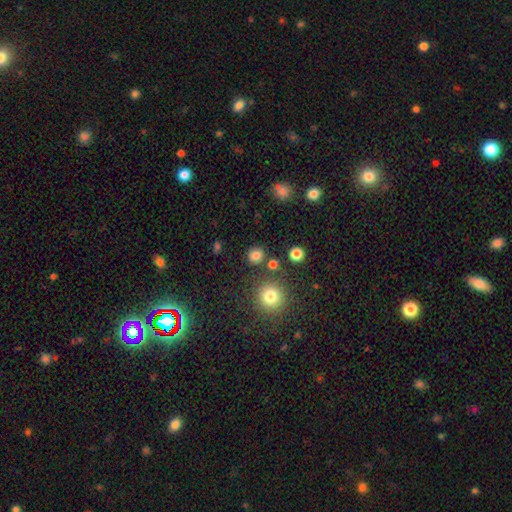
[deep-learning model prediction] A smooth galaxy with no disk features (80%) that is round (90%).

Vote fractions:
- Smooth or featured? smooth: 80% / star or artifact: 15% / featured or disk: 5%
- How rounded? round: 90% / in between: 9% / cigar-shaped: 1%
- Merging? none: 85% / minor disturbance: 7% / merger: 5% / major disturbance: 3%